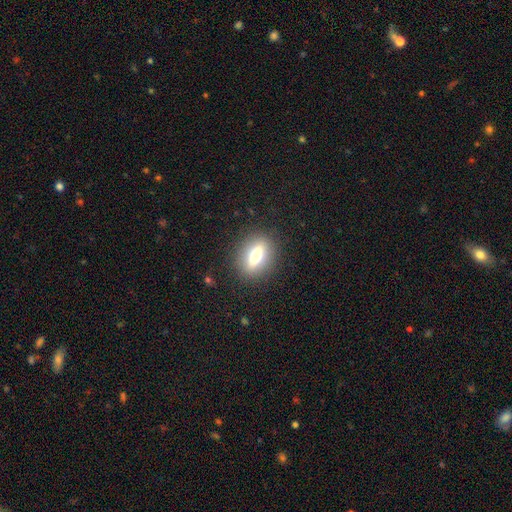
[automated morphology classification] smooth_or_featured: smooth (p=0.56) [alt: featured or disk p=0.34]
how_rounded: in between (p=0.62) [alt: round p=0.24]
merging: none (p=0.87) [alt: minor disturbance p=0.08]